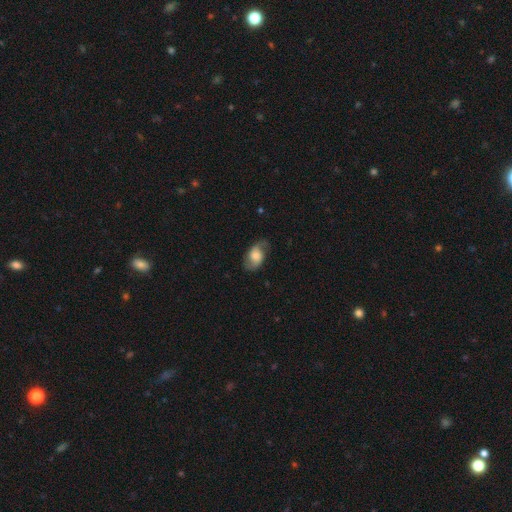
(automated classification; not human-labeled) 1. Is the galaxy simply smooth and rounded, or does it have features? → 53% featured or disk, 40% smooth, 8% star or artifact.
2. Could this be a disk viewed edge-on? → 94% no, 6% yes.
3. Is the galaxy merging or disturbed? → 68% none, 21% minor disturbance, 9% major disturbance, 1% merger.